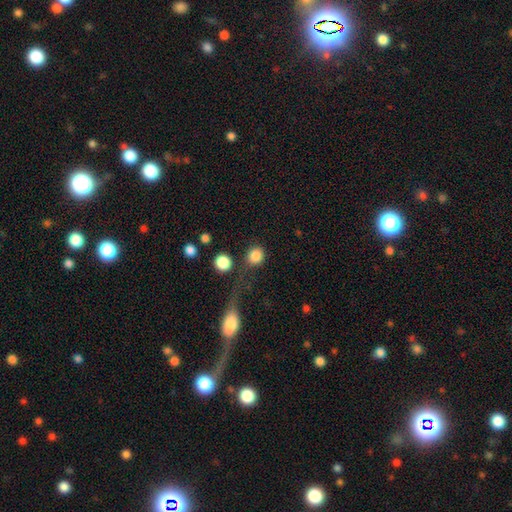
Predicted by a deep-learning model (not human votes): This is clearly a smooth galaxy (86%). How rounded: clearly round (87%). Merging: likely none (67%).